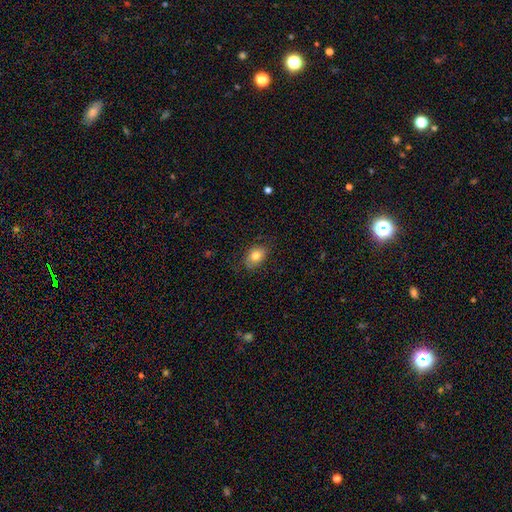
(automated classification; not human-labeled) smooth_or_featured: smooth (p=0.80) [alt: featured or disk p=0.12]
how_rounded: in between (p=0.80) [alt: round p=0.19]
merging: none (p=0.76) [alt: minor disturbance p=0.19]